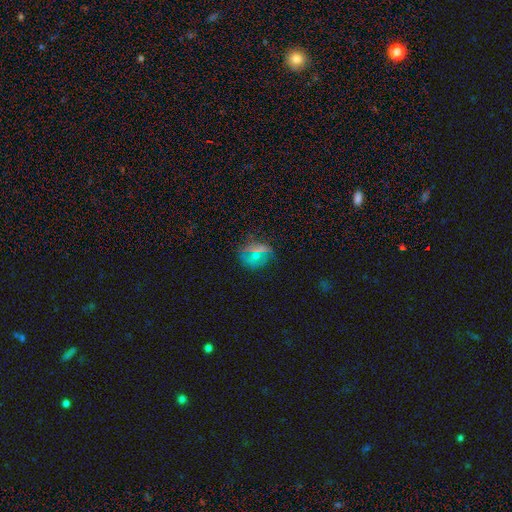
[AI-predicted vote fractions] A smooth galaxy with no disk features (52%) that is round (72%). Merging: none (69%).